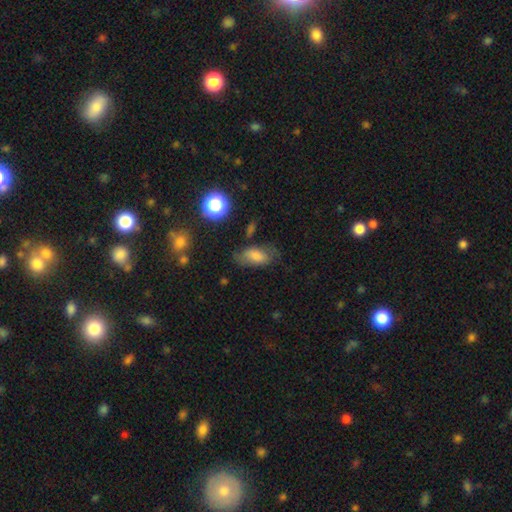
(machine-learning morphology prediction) smooth-or-featured: smooth: 69% | featured or disk: 19% | star or artifact: 12%
  how-rounded: in between: 87% | round: 7% | cigar-shaped: 6%
  merging: none: 61% | minor disturbance: 25% | major disturbance: 11% | merger: 3%